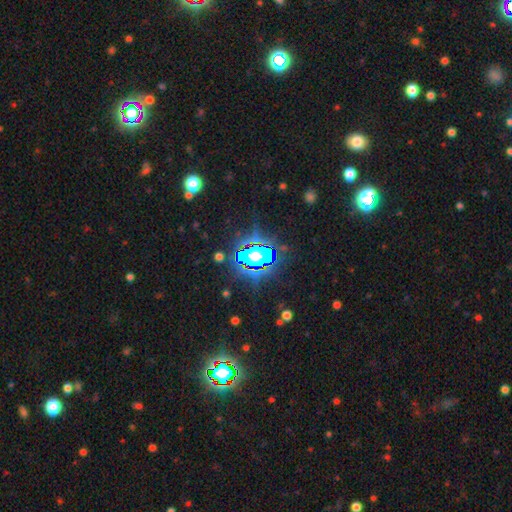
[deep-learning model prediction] star or artifact 62%, smooth 23%, featured or disk 15%.